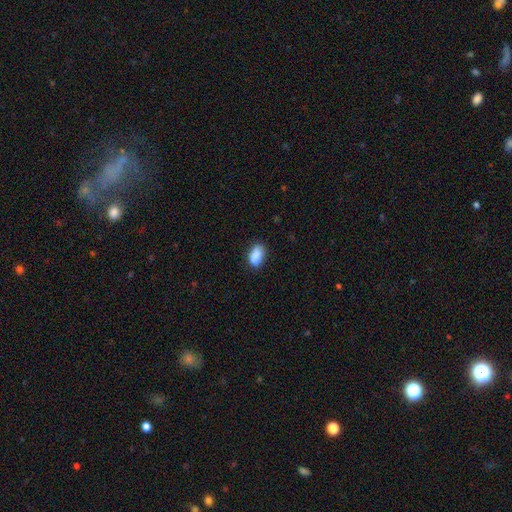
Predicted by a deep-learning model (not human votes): This appears to be a smooth galaxy with no disk features (89%) that is in between round and cigar-shaped (90%). Merging: none (80%).